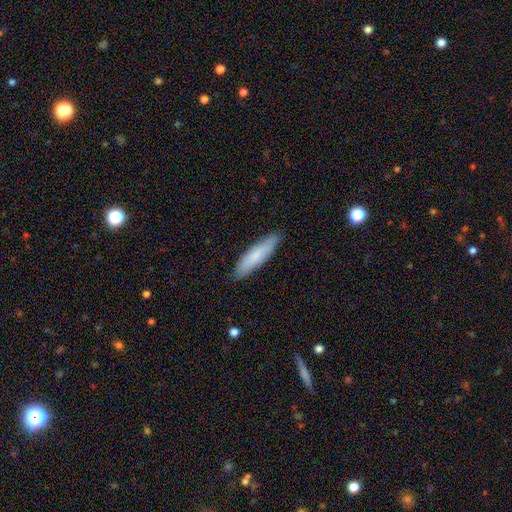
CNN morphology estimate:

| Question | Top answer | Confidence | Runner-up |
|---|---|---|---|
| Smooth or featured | smooth | 78% | featured or disk (17%) |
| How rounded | cigar-shaped | 72% | in between (27%) |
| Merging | none | 88% | minor disturbance (10%) |